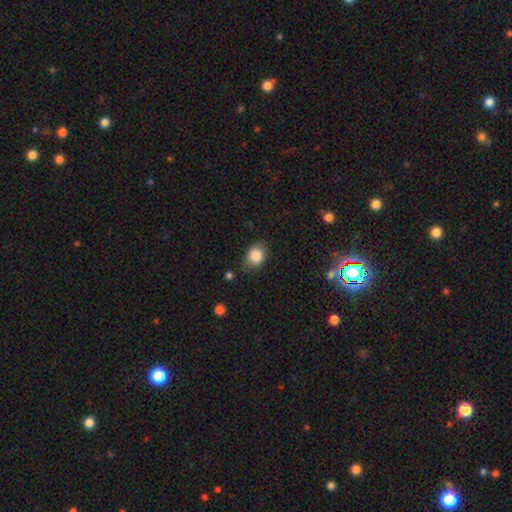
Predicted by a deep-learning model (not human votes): Smooth or featured? Predicted: smooth (p=0.85). How rounded? Predicted: in between (p=0.56). Merging? Predicted: none (p=0.72).